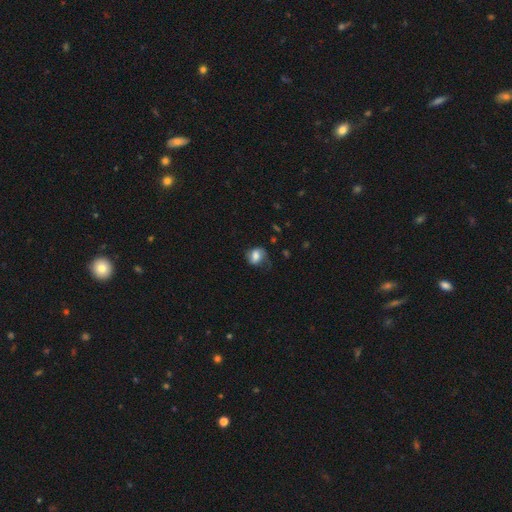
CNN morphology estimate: Smooth or featured? Predicted: smooth (p=0.70). How rounded? Predicted: in between (p=0.57). Merging? Predicted: none (p=0.53).